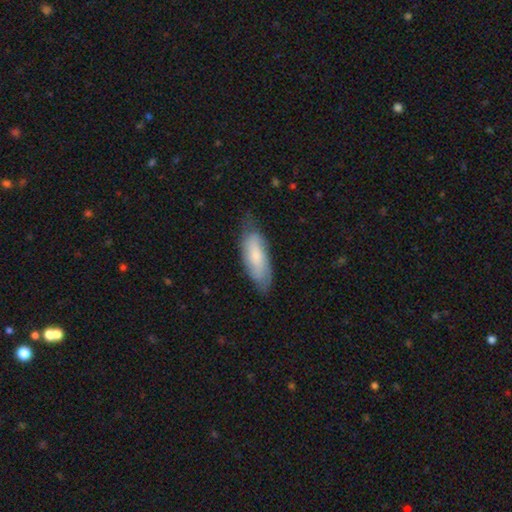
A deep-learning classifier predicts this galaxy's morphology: Smooth or featured? smooth (66%)
How rounded? in between (70%)
Merging? none (64%)